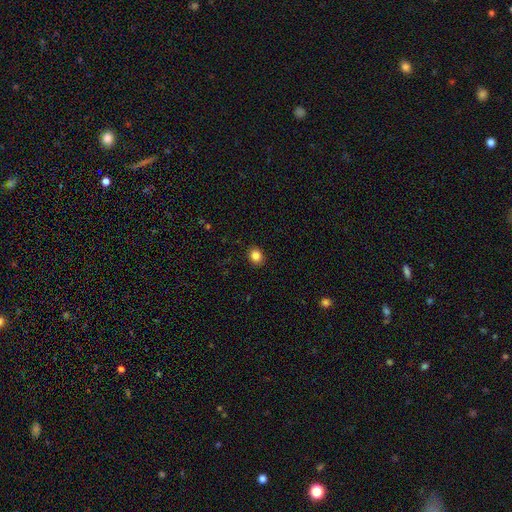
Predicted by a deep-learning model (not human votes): smooth-or-featured: smooth: 85% | star or artifact: 10% | featured or disk: 4%
  how-rounded: round: 60% | in between: 39% | cigar-shaped: 1%
  merging: none: 90% | minor disturbance: 7% | major disturbance: 2% | merger: 1%